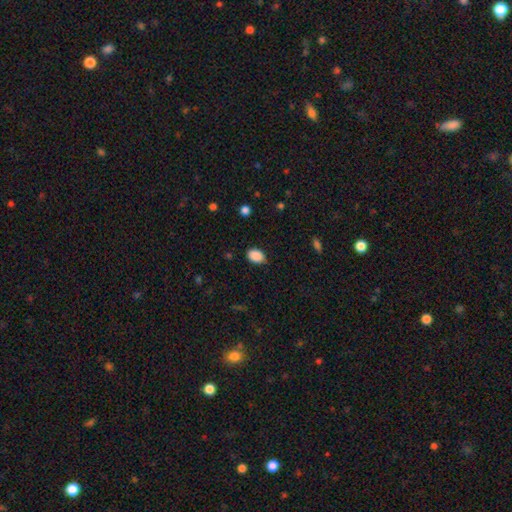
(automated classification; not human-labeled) Smooth or featured?
  - smooth: 89% *
  - star or artifact: 8%
  - featured or disk: 3%
How rounded?
  - in between: 83% *
  - round: 16%
  - cigar-shaped: 1%
Merging?
  - none: 82% *
  - minor disturbance: 14%
  - major disturbance: 3%
  - merger: 1%